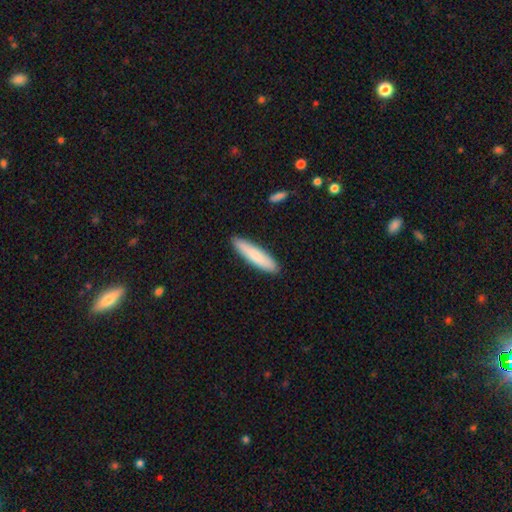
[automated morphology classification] Q: Smooth or featured?
A: smooth (81%); runner-up: featured or disk (14%)
Q: How rounded?
A: cigar-shaped (81%); runner-up: in between (17%)
Q: Merging?
A: none (90%); runner-up: minor disturbance (8%)